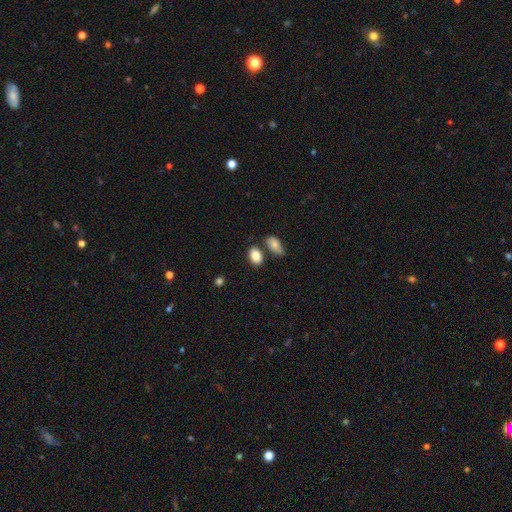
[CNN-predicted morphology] This is clearly a smooth galaxy (85%). How rounded: clearly in between (84%). Merging: likely none (67%).